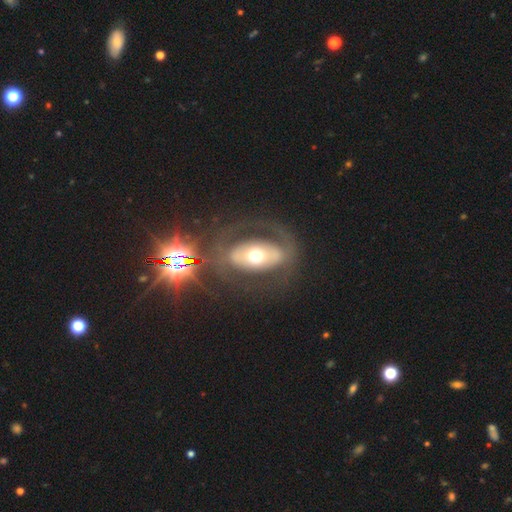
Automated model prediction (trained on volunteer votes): A featured or disk galaxy (61%) with no bar (56%), no spiral arms (61%) and a moderate central bulge (61%). Merging: none (70%).